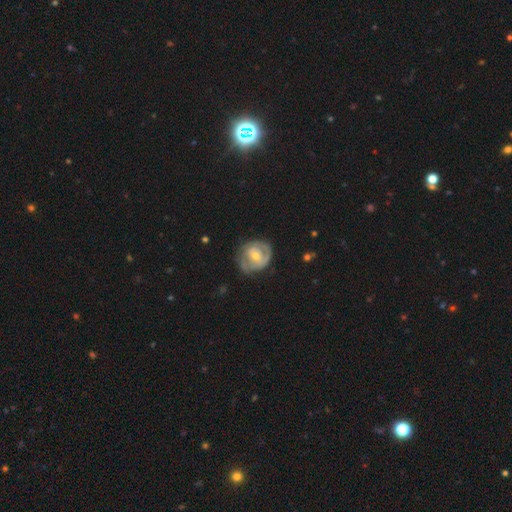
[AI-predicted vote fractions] Smooth or featured? featured or disk (67%)
Edge-on disk? no (97%)
Bar? no (58%)
Spiral arms? yes (71%)
Bulge size? moderate (54%)
Merging? none (59%)